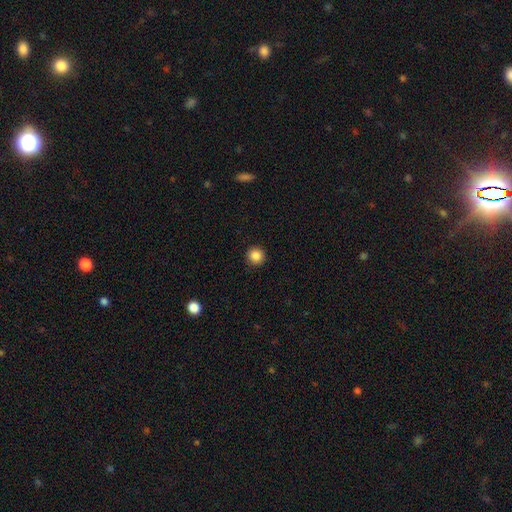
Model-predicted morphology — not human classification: This appears to be a smooth galaxy with no disk features (86%) that is round (95%). Merging: none (92%).